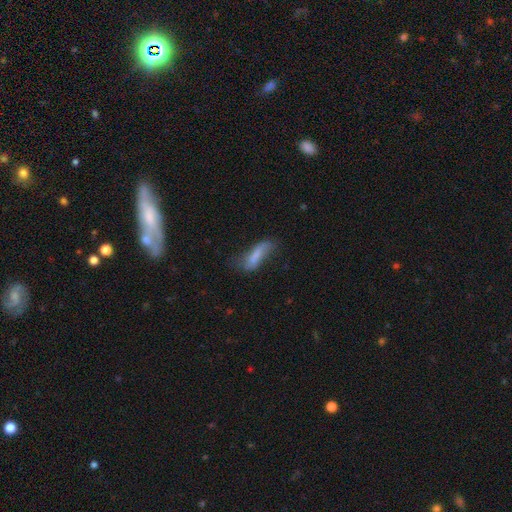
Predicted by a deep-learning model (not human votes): Overall: smooth (63%; featured or disk 29%). How rounded: in between (49%; cigar-shaped 48%). Merging: none (42%; minor disturbance 34%).